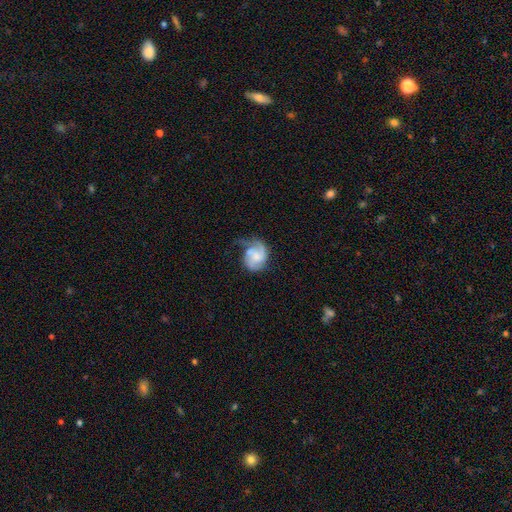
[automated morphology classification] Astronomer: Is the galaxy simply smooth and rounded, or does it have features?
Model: featured or disk — 73%.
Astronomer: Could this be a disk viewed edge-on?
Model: no — 98%.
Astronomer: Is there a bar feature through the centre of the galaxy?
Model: no — 60%.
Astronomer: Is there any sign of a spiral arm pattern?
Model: yes — 93%.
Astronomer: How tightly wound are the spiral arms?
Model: medium — 44% (runner-up: tight, 30%).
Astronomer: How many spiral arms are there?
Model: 2 — 58%.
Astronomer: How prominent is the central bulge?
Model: small — 36% (runner-up: moderate, 28%).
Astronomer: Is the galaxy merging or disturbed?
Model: none — 39% (runner-up: minor disturbance, 29%).